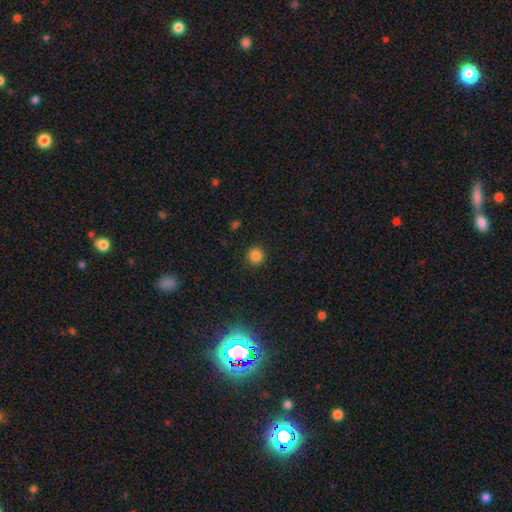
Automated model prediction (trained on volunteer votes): Smooth or featured? Predicted: smooth (p=0.84). How rounded? Predicted: round (p=0.94). Merging? Predicted: none (p=0.91).